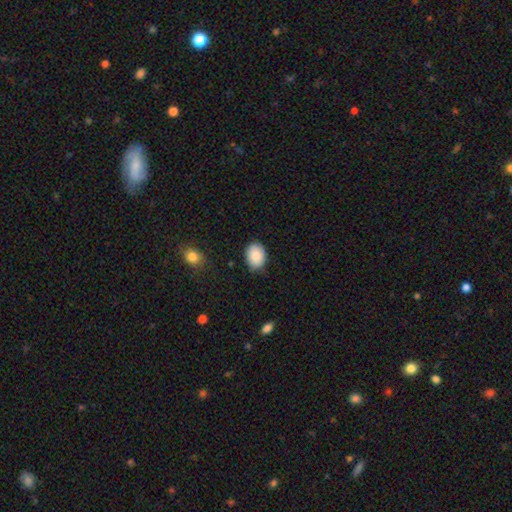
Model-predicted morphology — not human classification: smooth_or_featured: smooth (p=0.89) [alt: star or artifact p=0.07]
how_rounded: in between (p=0.69) [alt: round p=0.30]
merging: none (p=0.83) [alt: minor disturbance p=0.13]